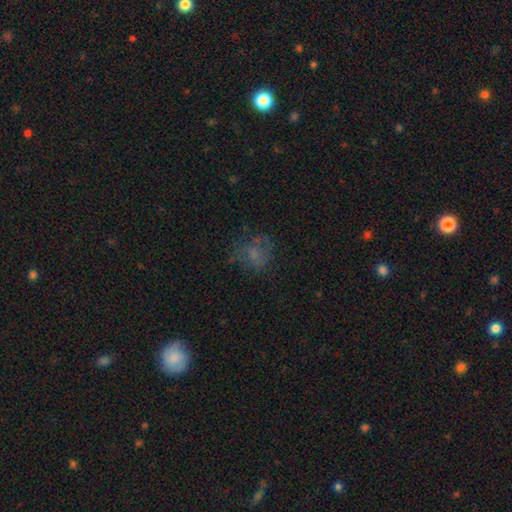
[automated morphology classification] Smooth or featured? smooth (53%)
How rounded? round (66%)
Merging? none (51%)